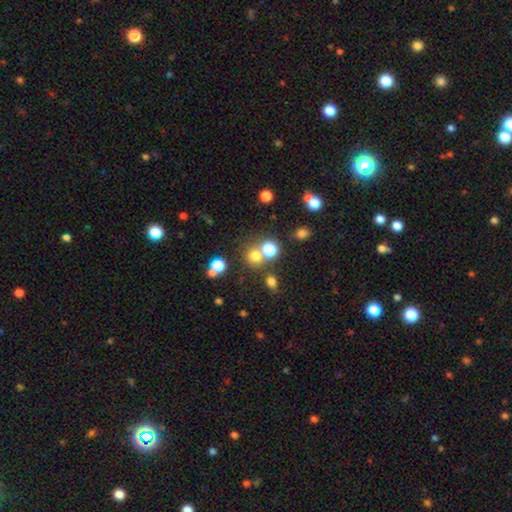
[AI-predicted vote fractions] This appears to be a smooth galaxy with no disk features (68%) that is round (88%). Merging: none (66%).